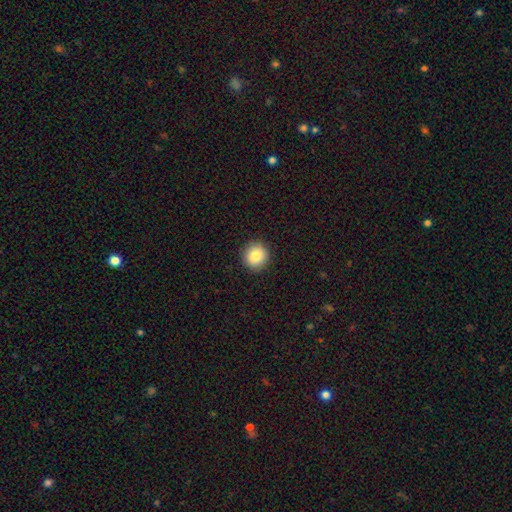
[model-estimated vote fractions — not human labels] This appears to be a smooth galaxy with no disk features (84%) that is round (91%). Merging: none (92%).